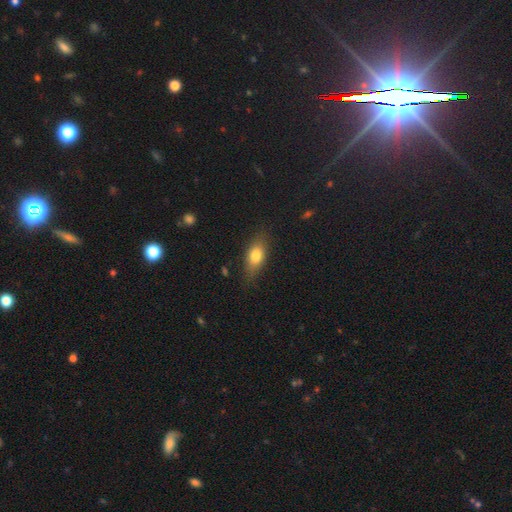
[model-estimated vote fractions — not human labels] Smooth or featured? Predicted: smooth (p=0.75). How rounded? Predicted: in between (p=0.78). Merging? Predicted: none (p=0.78).